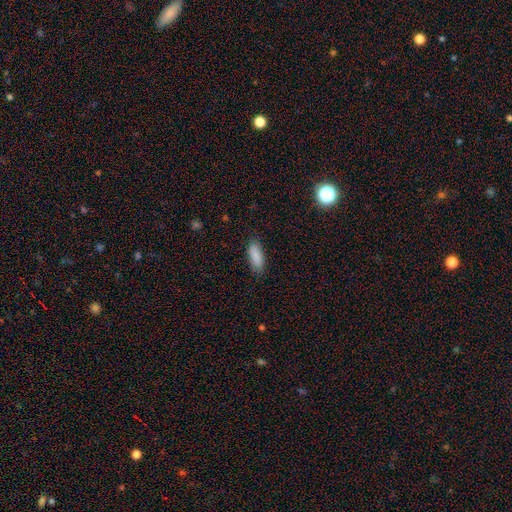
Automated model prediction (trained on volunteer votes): This is clearly a smooth galaxy (89%). How rounded: likely in between (71%). Merging: clearly none (83%).